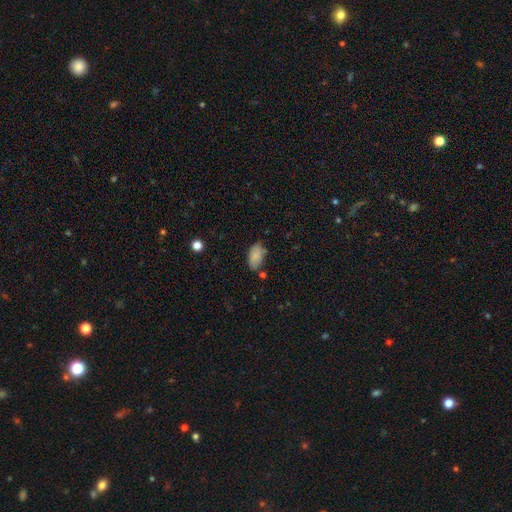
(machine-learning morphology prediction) smooth-or-featured: smooth: 83% | featured or disk: 9% | star or artifact: 8%
  how-rounded: in between: 93% | round: 5% | cigar-shaped: 2%
  merging: none: 66% | minor disturbance: 23% | merger: 6% | major disturbance: 5%